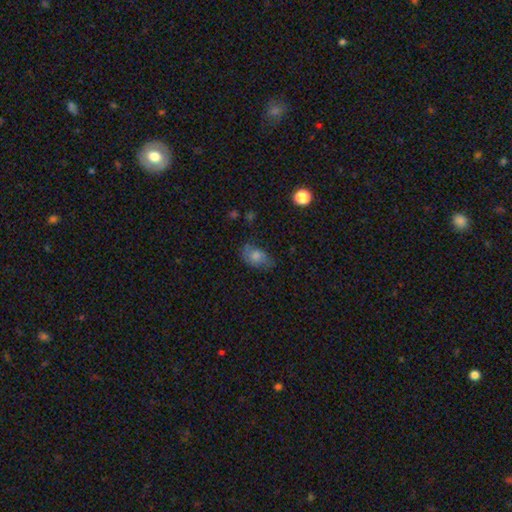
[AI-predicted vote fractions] Q: Smooth or featured?
A: smooth (60%); runner-up: featured or disk (26%)
Q: How rounded?
A: in between (82%); runner-up: round (16%)
Q: Merging?
A: none (61%); runner-up: minor disturbance (26%)